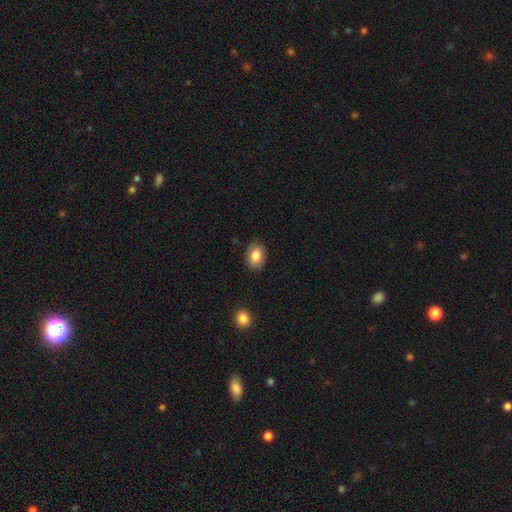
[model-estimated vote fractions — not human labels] Smooth or featured?
  - smooth: 84% *
  - featured or disk: 9%
  - star or artifact: 8%
How rounded?
  - in between: 76% *
  - round: 23%
  - cigar-shaped: 1%
Merging?
  - none: 87% *
  - minor disturbance: 10%
  - major disturbance: 2%
  - merger: 1%